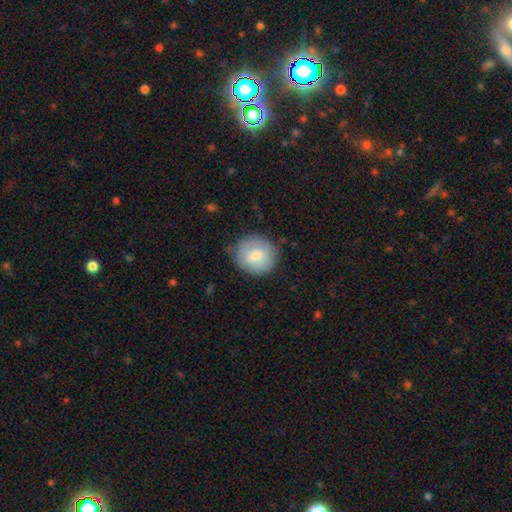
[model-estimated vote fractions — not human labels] smooth_or_featured: smooth (p=0.74) [alt: featured or disk p=0.19]
how_rounded: round (p=0.86) [alt: in between p=0.13]
merging: none (p=0.81) [alt: minor disturbance p=0.15]